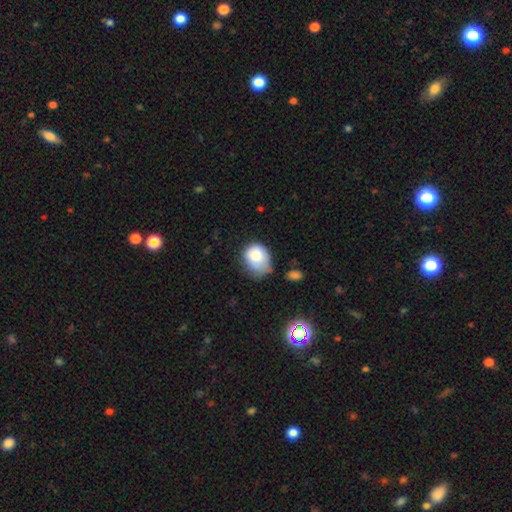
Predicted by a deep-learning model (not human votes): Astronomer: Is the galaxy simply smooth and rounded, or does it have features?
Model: smooth — 80%.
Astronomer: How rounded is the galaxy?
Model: round — 55% (runner-up: in between, 45%).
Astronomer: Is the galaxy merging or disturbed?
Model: minor disturbance — 42% (runner-up: none, 35%).